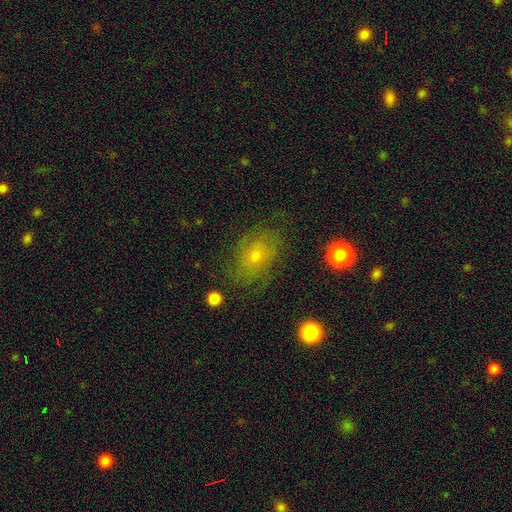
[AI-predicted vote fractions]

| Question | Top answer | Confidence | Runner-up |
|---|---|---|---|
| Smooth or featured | smooth | 45% | featured or disk (41%) |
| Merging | none | 67% | minor disturbance (20%) |